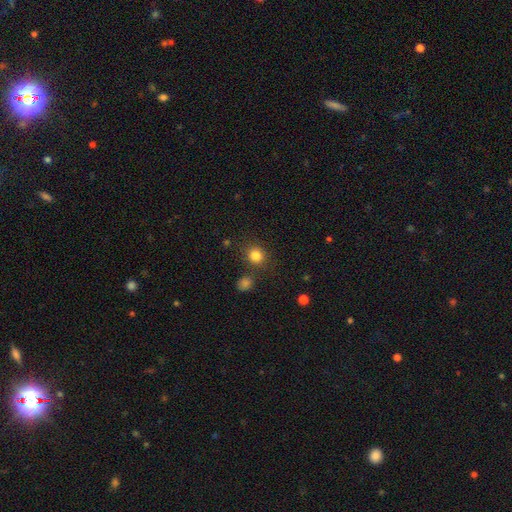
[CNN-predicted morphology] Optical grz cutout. It shows a smooth galaxy with no disk features (84%) that is round (85%). Merging: none (82%).